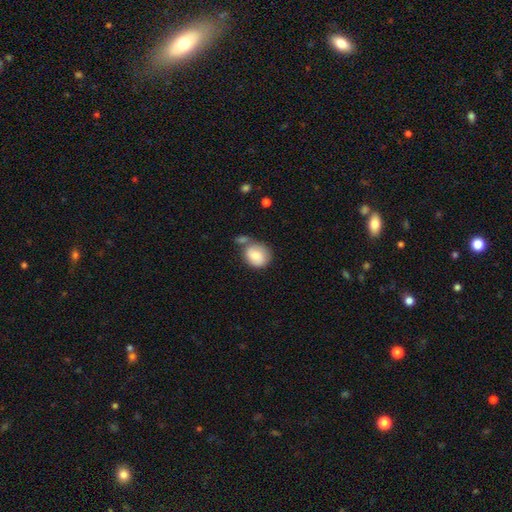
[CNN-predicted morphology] This appears to be a smooth galaxy with no disk features (77%) that is round (71%). Merging: none (46%).